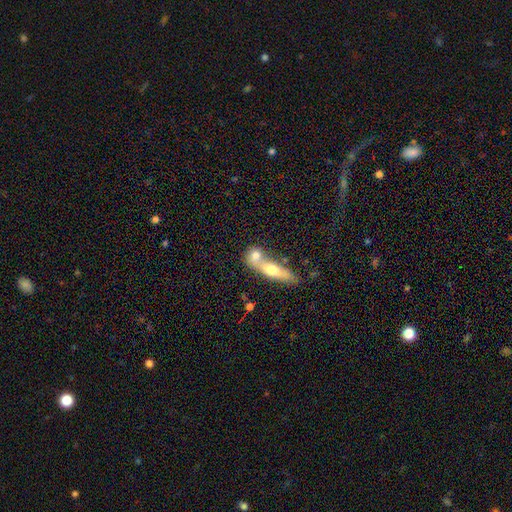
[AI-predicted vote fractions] This appears to be a smooth galaxy with no disk features (67%) that is round (39%). Merging: merger (58%).